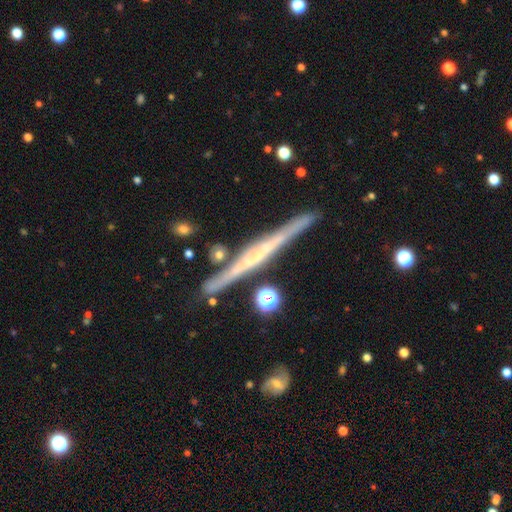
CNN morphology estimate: smooth_or_featured: featured or disk (p=0.73) [alt: smooth p=0.20]
disk_edge_on: yes (p=0.97) [alt: no p=0.03]
edge_on_bulge: none (p=0.70) [alt: rounded p=0.19]
merging: none (p=0.84) [alt: minor disturbance p=0.11]